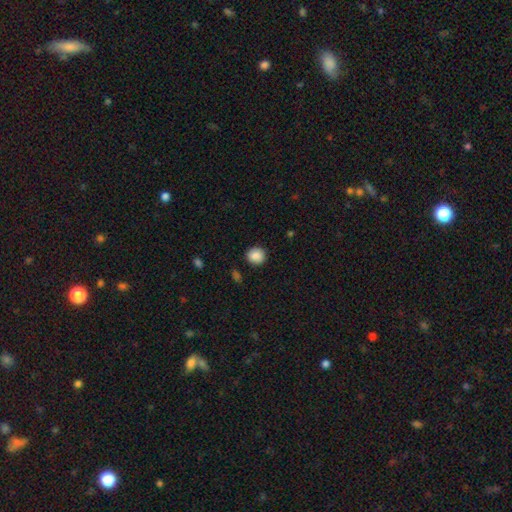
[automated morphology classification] smooth_or_featured: smooth (p=0.88) [alt: star or artifact p=0.08]
how_rounded: round (p=0.88) [alt: in between p=0.11]
merging: none (p=0.88) [alt: minor disturbance p=0.08]